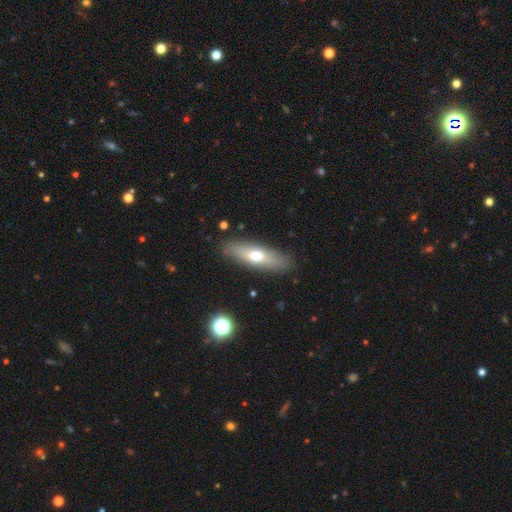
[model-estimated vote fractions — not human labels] The model was most divided on "how rounded": cigar-shaped: 54%, in between: 43%, round: 2%. More confident: merging — none (86%); smooth or featured — smooth (60%).